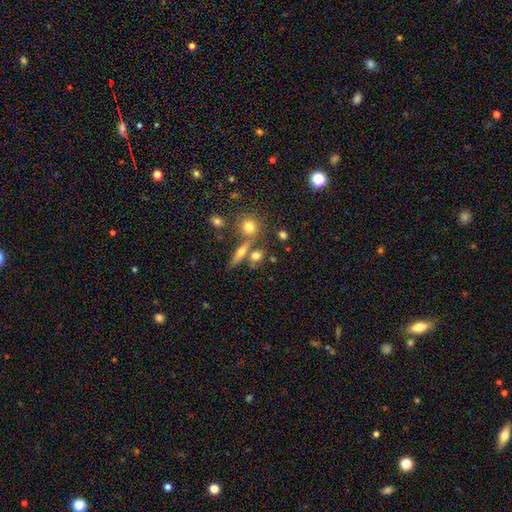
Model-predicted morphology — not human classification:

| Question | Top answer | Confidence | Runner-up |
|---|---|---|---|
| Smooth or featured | smooth | 61% | featured or disk (26%) |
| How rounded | in between | 37% | round (36%) |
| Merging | none | 63% | merger (22%) |